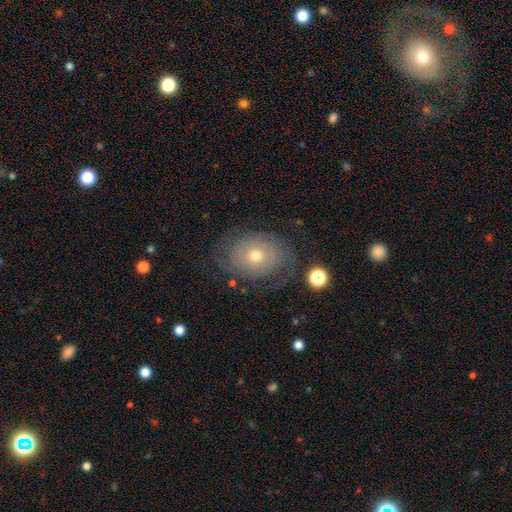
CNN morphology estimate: A featured or disk galaxy (63%) with no bar (86%), spiral arms (75%) and a moderate central bulge (57%).

Vote fractions:
- Smooth or featured? featured or disk: 63% / smooth: 26% / star or artifact: 12%
- Edge-on disk? no: 95% / yes: 5%
- Bar? no: 86% / weak: 11% / strong: 3%
- Spiral arms? yes: 75% / no: 25%
- Bulge size? moderate: 57% / small: 39% / large: 2% / dominant: 1% / none: 1%
- Merging? none: 73% / minor disturbance: 17% / major disturbance: 9% / merger: 2%